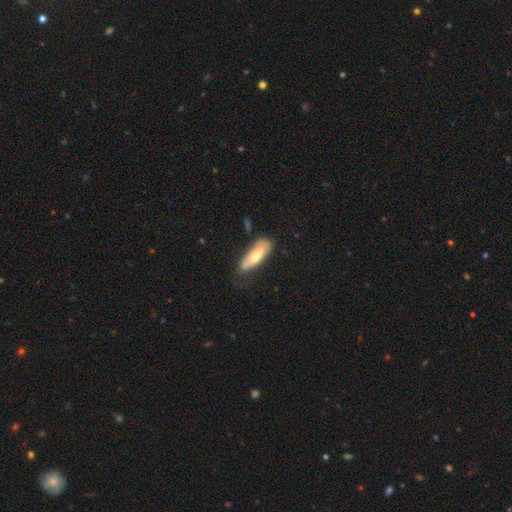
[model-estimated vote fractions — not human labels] Smooth or featured: smooth — 63% (featured or disk — 31%)
How rounded: in between — 58% (cigar-shaped — 40%)
Merging: none — 56% (minor disturbance — 30%)